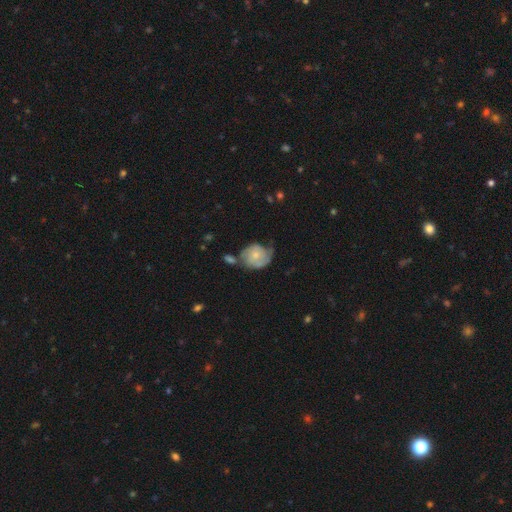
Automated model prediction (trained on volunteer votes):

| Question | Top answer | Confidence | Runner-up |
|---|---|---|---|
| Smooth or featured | featured or disk | 56% | smooth (37%) |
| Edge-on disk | no | 97% | yes (3%) |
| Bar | no | 78% | weak (20%) |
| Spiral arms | yes | 81% | no (19%) |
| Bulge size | small | 56% | moderate (33%) |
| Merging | none | 40% | minor disturbance (30%) |